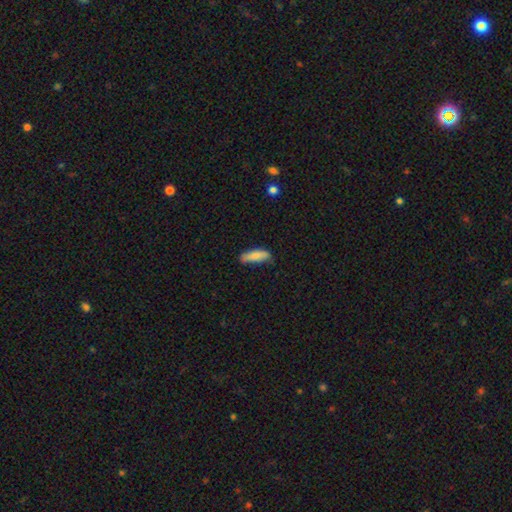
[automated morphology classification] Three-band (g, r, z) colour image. It shows a smooth galaxy with no disk features (84%) that is in between round and cigar-shaped (53%). Merging: none (70%).